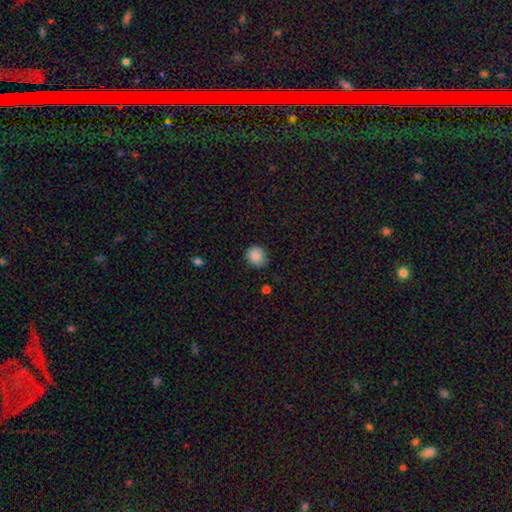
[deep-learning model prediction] Smooth or featured: smooth — 87% (star or artifact — 8%)
How rounded: round — 78% (in between — 21%)
Merging: none — 81% (minor disturbance — 15%)